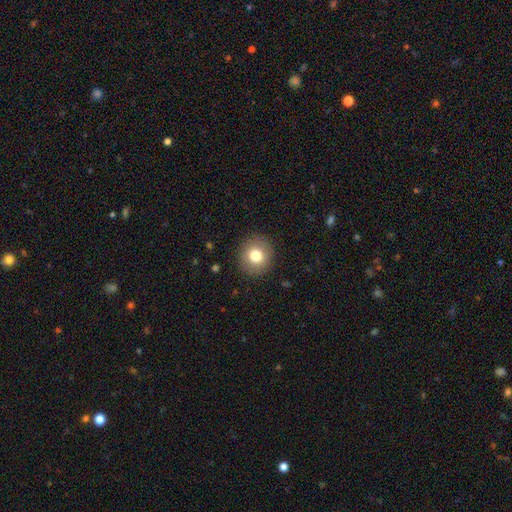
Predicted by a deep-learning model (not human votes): The model was most divided on "smooth or featured": smooth: 78%, featured or disk: 12%, star or artifact: 10%. More confident: merging — none (91%); how rounded — round (90%).